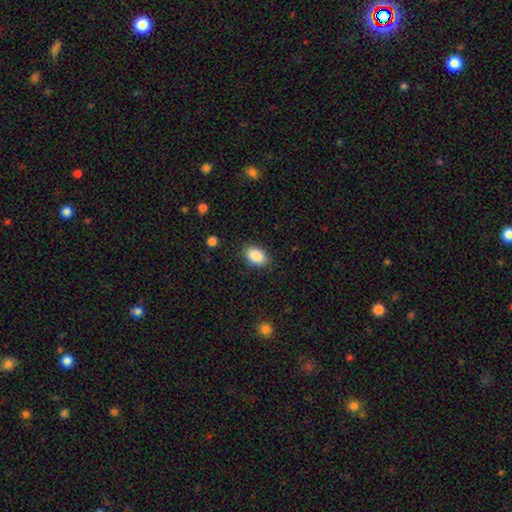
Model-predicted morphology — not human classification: Smooth or featured? Predicted: smooth (p=0.89). How rounded? Predicted: in between (p=0.90). Merging? Predicted: none (p=0.85).